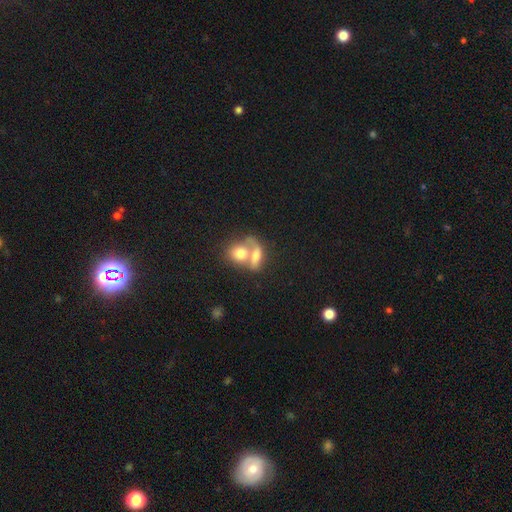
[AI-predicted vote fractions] A smooth galaxy with no disk features (67%) that is in between round and cigar-shaped (66%).

Vote fractions:
- Smooth or featured? smooth: 67% / featured or disk: 24% / star or artifact: 8%
- How rounded? in between: 66% / round: 28% / cigar-shaped: 6%
- Merging? merger: 72% / none: 16% / minor disturbance: 6% / major disturbance: 6%